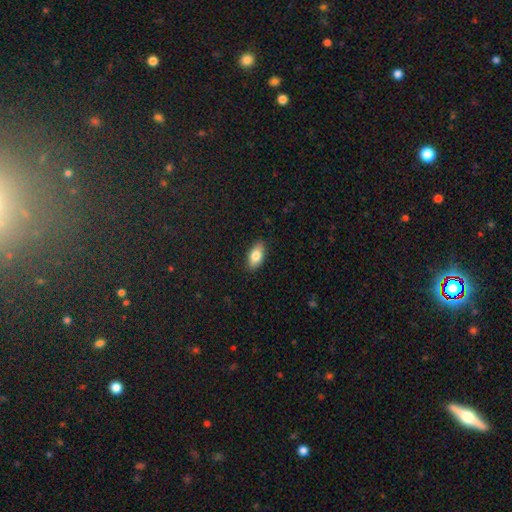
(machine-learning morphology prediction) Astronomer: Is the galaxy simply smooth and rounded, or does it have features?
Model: smooth — 81%.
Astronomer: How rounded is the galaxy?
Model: in between — 91%.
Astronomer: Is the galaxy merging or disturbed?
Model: none — 88%.